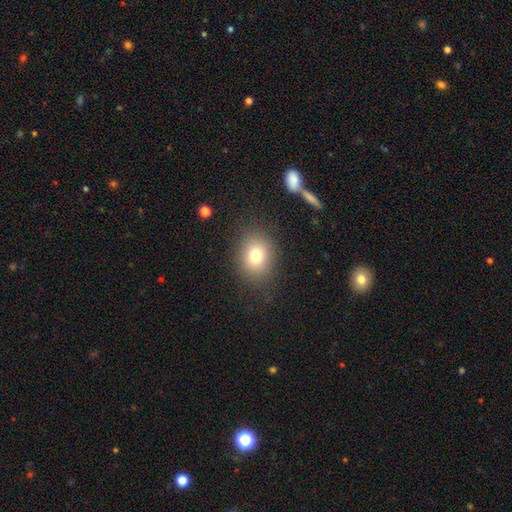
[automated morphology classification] Smooth or featured? Predicted: smooth (p=0.76). How rounded? Predicted: round (p=0.55). Merging? Predicted: none (p=0.83).